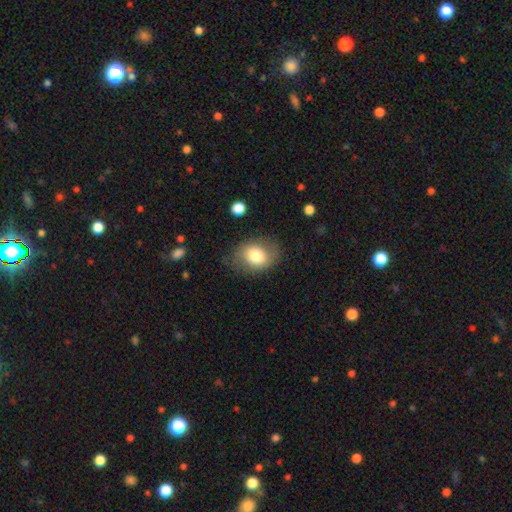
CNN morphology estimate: Smooth or featured: smooth — 77% (featured or disk — 16%)
How rounded: in between — 63% (round — 36%)
Merging: none — 74% (minor disturbance — 18%)